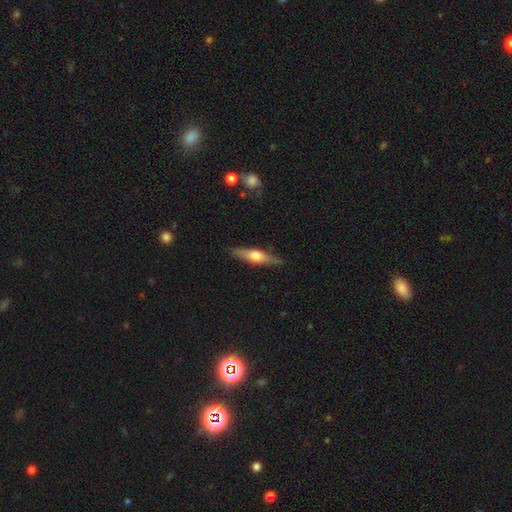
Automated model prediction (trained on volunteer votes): featured or disk 53%, smooth 42%, star or artifact 6%. Down the decision tree: edge-on disk — yes (92%); merging — none (86%).